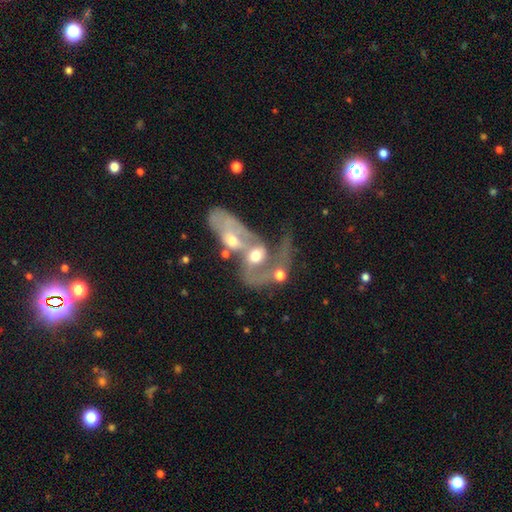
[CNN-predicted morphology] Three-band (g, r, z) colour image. It shows a featured or disk galaxy (64%) with no bar (71%), spiral arms (61%) and a moderate central bulge (64%). Merging: merger (76%).